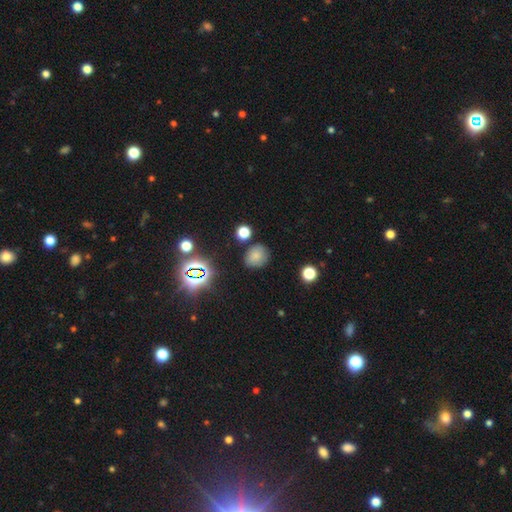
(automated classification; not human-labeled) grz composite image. It shows a smooth galaxy with no disk features (74%) that is round (67%). Merging: none (80%).